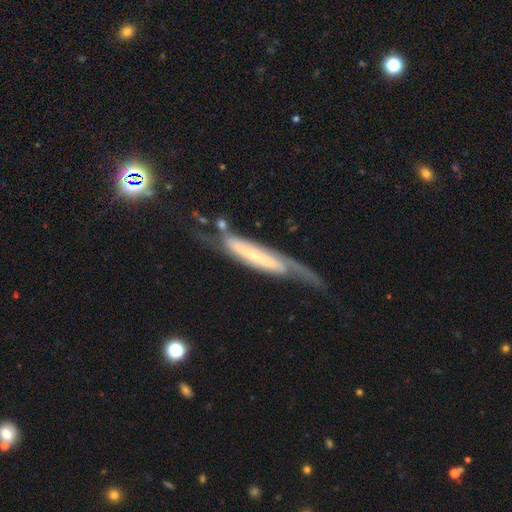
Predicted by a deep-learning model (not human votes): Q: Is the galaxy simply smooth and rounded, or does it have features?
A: featured or disk — 77%.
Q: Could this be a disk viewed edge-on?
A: no — 60%.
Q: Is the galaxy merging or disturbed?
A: none — 48%.